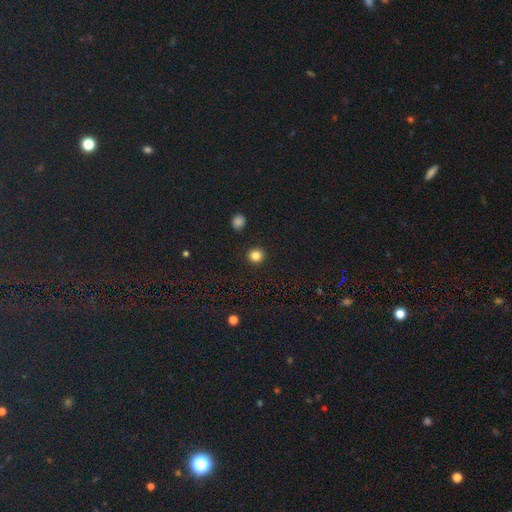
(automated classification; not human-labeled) A smooth galaxy with no disk features (84%) that is round (93%). Merging: none (92%).